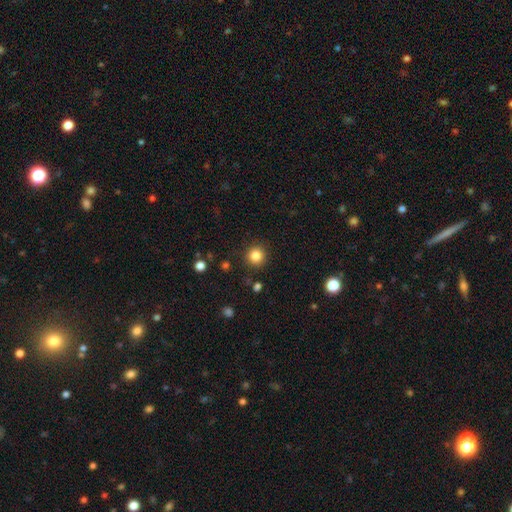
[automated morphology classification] A smooth galaxy with no disk features (84%) that is round (94%). Merging: none (90%).